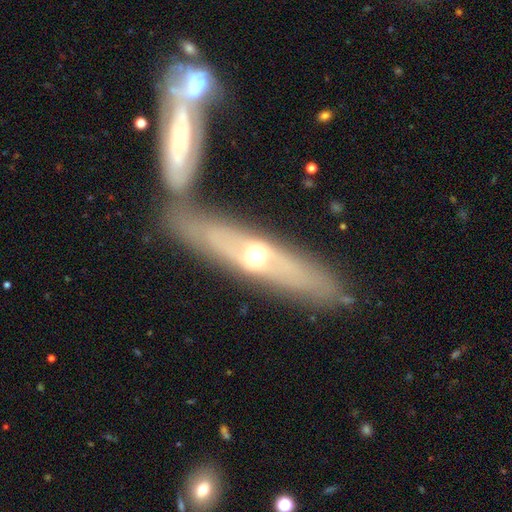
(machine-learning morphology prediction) Overall: featured or disk (62%; smooth 32%). Edge-on disk: yes (59%; no 41%). Merging: none (54%; merger 31%).